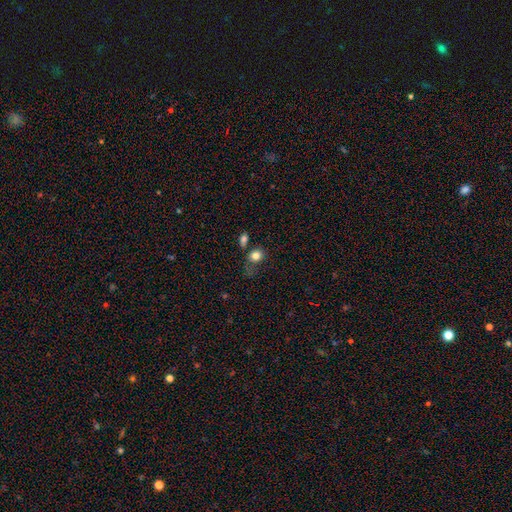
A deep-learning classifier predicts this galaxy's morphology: A smooth galaxy with no disk features (81%) that is round (55%).

Vote fractions:
- Smooth or featured? smooth: 81% / star or artifact: 11% / featured or disk: 8%
- How rounded? round: 55% / in between: 44% / cigar-shaped: 1%
- Merging? none: 51% / minor disturbance: 22% / major disturbance: 14% / merger: 13%